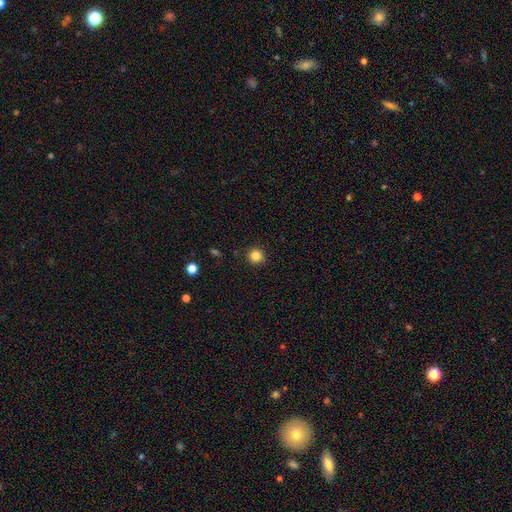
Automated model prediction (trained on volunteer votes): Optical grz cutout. It shows a smooth galaxy with no disk features (84%) that is round (93%). Merging: none (90%).